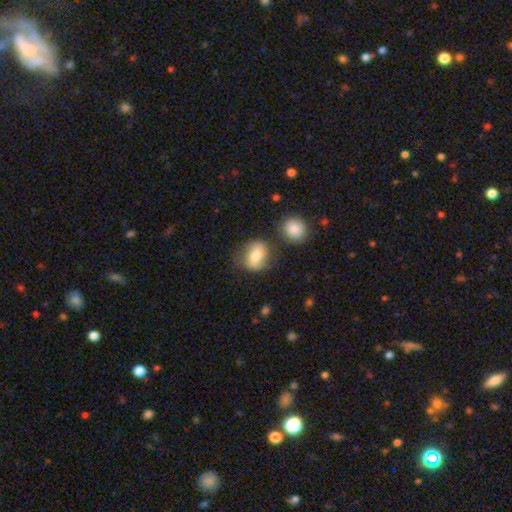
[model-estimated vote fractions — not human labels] smooth-or-featured: smooth: 70% | featured or disk: 22% | star or artifact: 8%
  how-rounded: in between: 49% (tied) | round: 49% (tied) | cigar-shaped: 2%
  merging: none: 65% | minor disturbance: 19% | merger: 9% | major disturbance: 7%